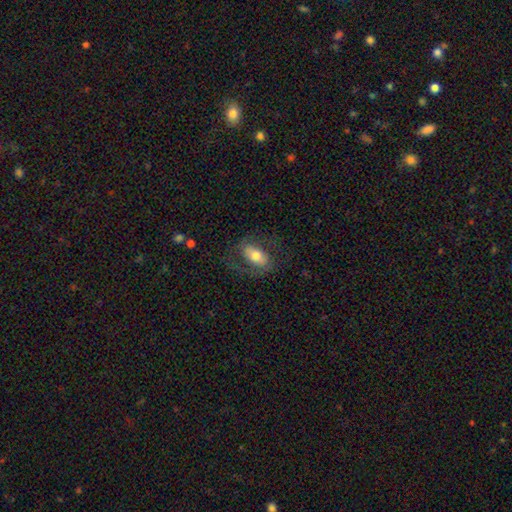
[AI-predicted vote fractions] A smooth galaxy with no disk features (56%) that is in between round and cigar-shaped (89%).

Vote fractions:
- Smooth or featured? smooth: 56% / featured or disk: 37% / star or artifact: 7%
- How rounded? in between: 89% / round: 7% / cigar-shaped: 4%
- Merging? none: 66% / minor disturbance: 17% / major disturbance: 15% / merger: 1%